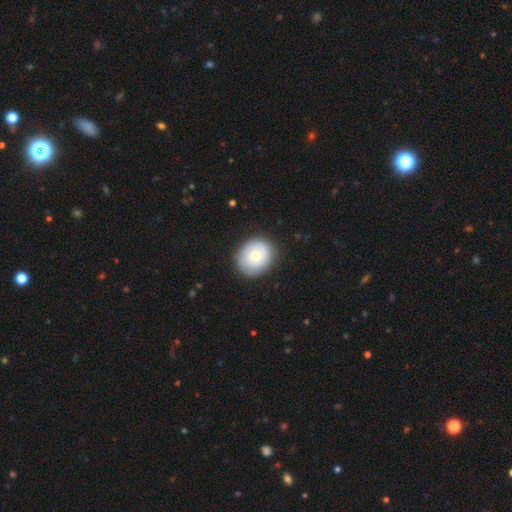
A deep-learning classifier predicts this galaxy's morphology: A smooth galaxy with no disk features (66%) that is round (72%). Merging: none (83%).